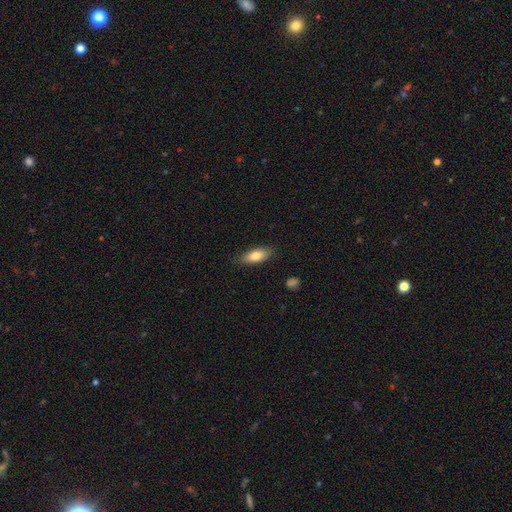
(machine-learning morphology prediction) This appears to be a smooth galaxy with no disk features (79%) that is in between round and cigar-shaped (77%). Merging: none (83%).